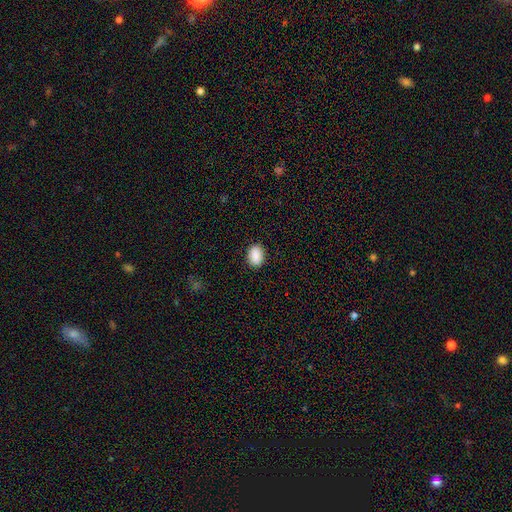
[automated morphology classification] smooth-or-featured: smooth: 89% | star or artifact: 7% | featured or disk: 4%
  how-rounded: in between: 77% | round: 22% | cigar-shaped: 1%
  merging: none: 88% | minor disturbance: 9% | major disturbance: 2% | merger: 1%